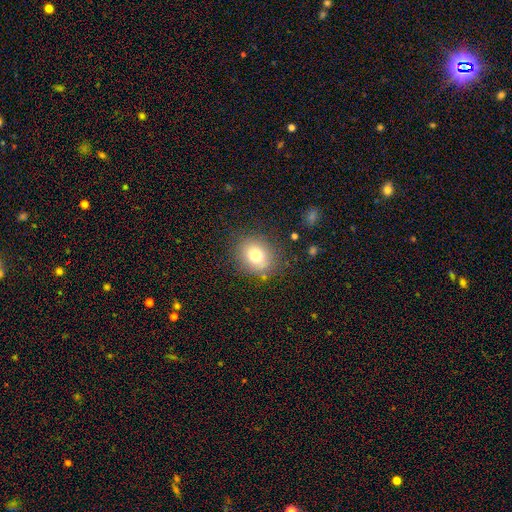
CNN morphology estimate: This is likely a smooth galaxy (76%). How rounded: likely round (62%). Merging: clearly none (81%).